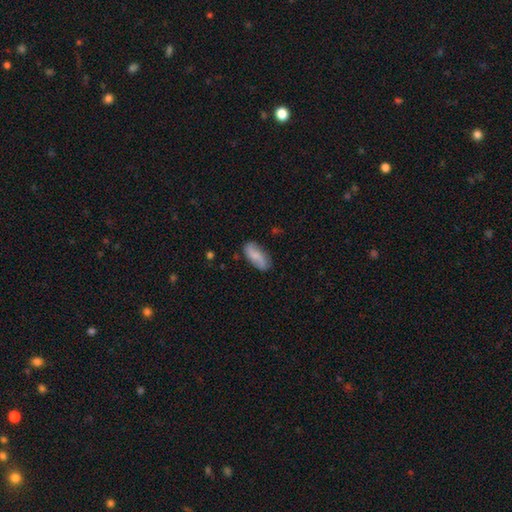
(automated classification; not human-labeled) A smooth galaxy with no disk features (61%) that is in between round and cigar-shaped (83%).

Vote fractions:
- Smooth or featured? smooth: 61% / featured or disk: 32% / star or artifact: 7%
- How rounded? in between: 83% / cigar-shaped: 14% / round: 3%
- Merging? none: 76% / minor disturbance: 18% / major disturbance: 4% / merger: 2%